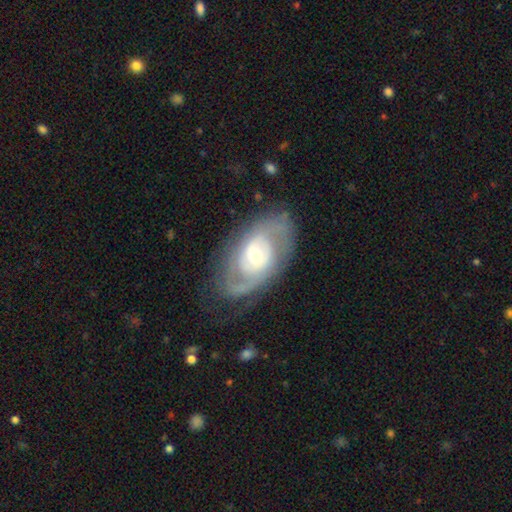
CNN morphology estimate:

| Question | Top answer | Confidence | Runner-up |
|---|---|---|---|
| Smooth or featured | featured or disk | 81% | smooth (14%) |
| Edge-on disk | no | 94% | yes (6%) |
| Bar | no | 67% | weak (26%) |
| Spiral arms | yes | 85% | no (15%) |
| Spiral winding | tight | 47% | medium (38%) |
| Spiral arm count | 2 | 68% | can't tell (18%) |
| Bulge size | moderate | 58% | small (35%) |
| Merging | none | 75% | minor disturbance (15%) |